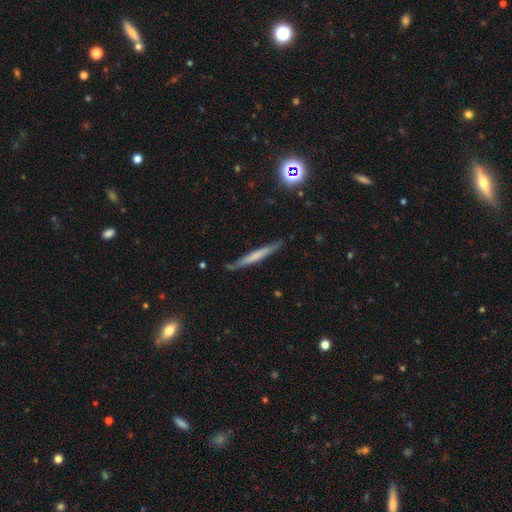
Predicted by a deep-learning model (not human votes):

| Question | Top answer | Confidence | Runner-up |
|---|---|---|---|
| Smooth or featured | smooth | 50% | featured or disk (43%) |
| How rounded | cigar-shaped | 96% | in between (3%) |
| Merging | none | 83% | minor disturbance (13%) |